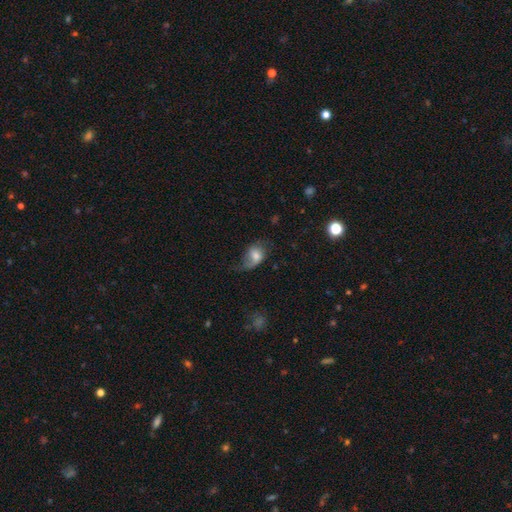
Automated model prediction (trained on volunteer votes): Smooth or featured? Predicted: smooth (p=0.54). How rounded? Predicted: in between (p=0.76). Merging? Predicted: none (p=0.37).